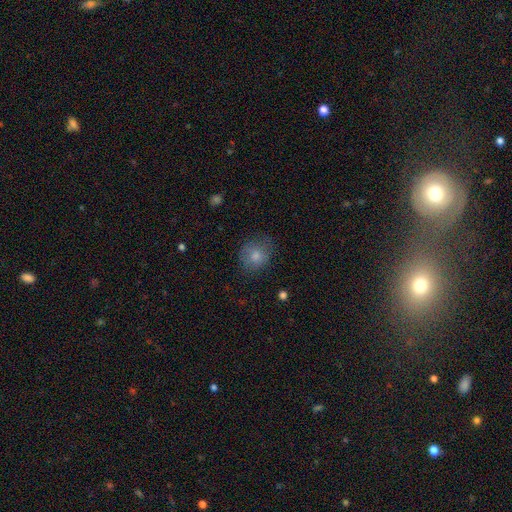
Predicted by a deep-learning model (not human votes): The model was most divided on "how rounded": round: 71%, in between: 28%, cigar-shaped: 1%. More confident: smooth or featured — smooth (79%); merging — none (67%).